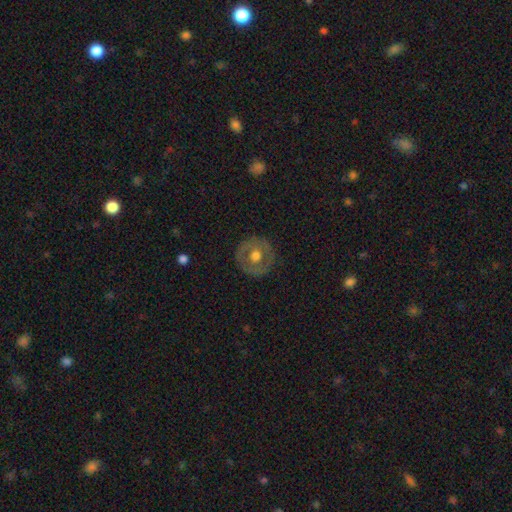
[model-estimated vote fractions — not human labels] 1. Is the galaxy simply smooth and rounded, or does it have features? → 48% featured or disk, 45% smooth, 7% star or artifact.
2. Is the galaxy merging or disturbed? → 85% none, 10% minor disturbance, 4% major disturbance, 1% merger.